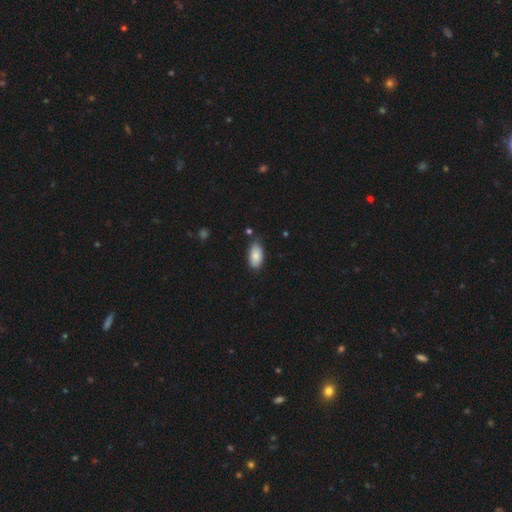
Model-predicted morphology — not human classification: A smooth galaxy with no disk features (85%) that is in between round and cigar-shaped (93%). Merging: none (75%).